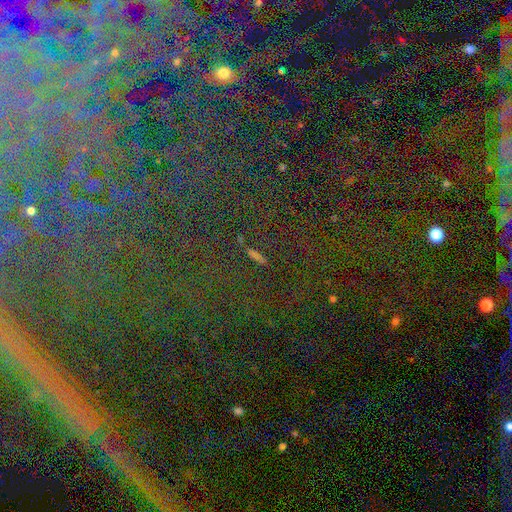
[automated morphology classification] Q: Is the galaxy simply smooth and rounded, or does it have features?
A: star or artifact — 61%.